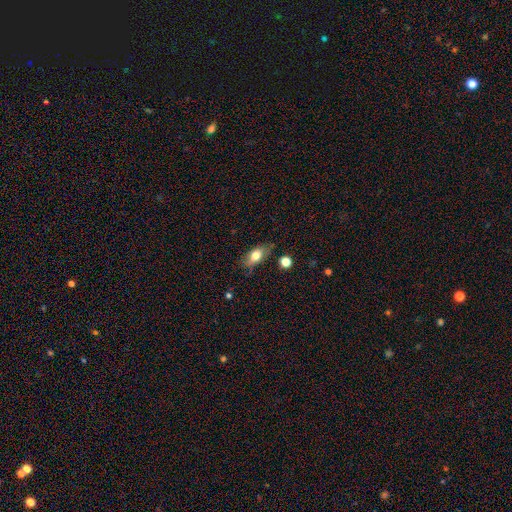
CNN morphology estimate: This appears to be a smooth galaxy with no disk features (72%) that is in between round and cigar-shaped (82%). Merging: none (75%).